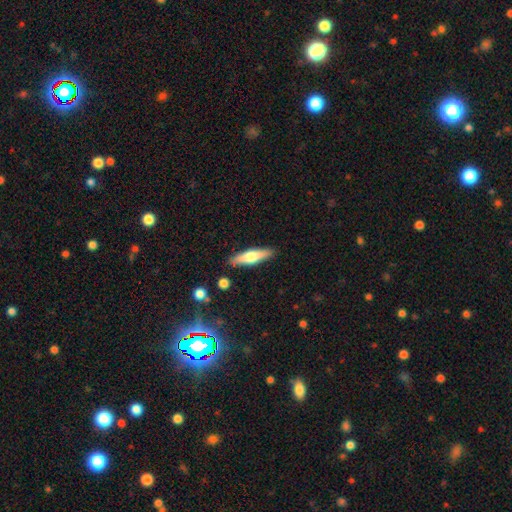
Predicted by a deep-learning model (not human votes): This is marginally a featured or disk galaxy (44%). Merging: clearly none (88%).